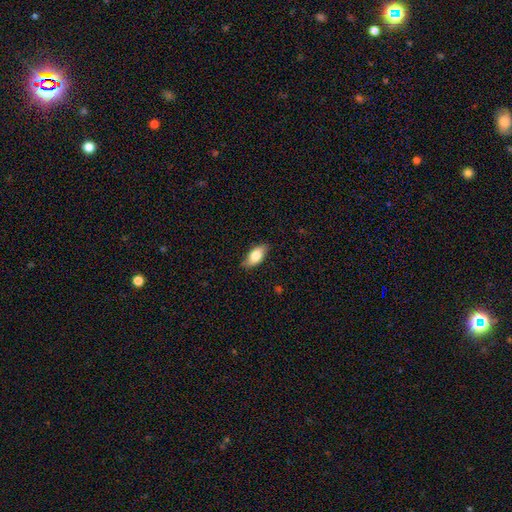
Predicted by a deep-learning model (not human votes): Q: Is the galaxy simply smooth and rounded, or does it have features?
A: smooth — 78%.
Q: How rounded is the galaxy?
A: in between — 87%.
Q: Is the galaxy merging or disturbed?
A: none — 83%.